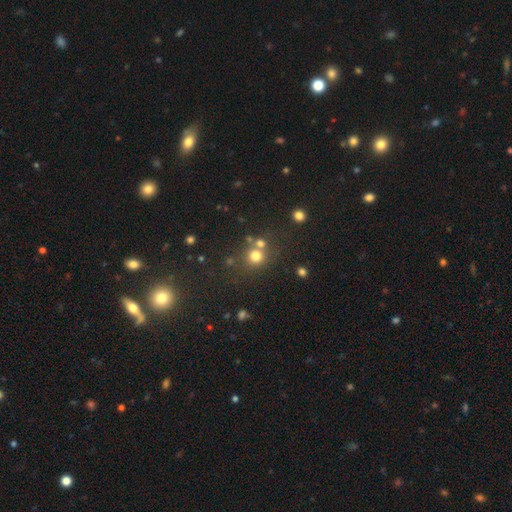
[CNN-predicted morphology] smooth_or_featured: smooth (p=0.74) [alt: star or artifact p=0.17]
how_rounded: round (p=0.87) [alt: in between p=0.12]
merging: none (p=0.62) [alt: merger p=0.25]